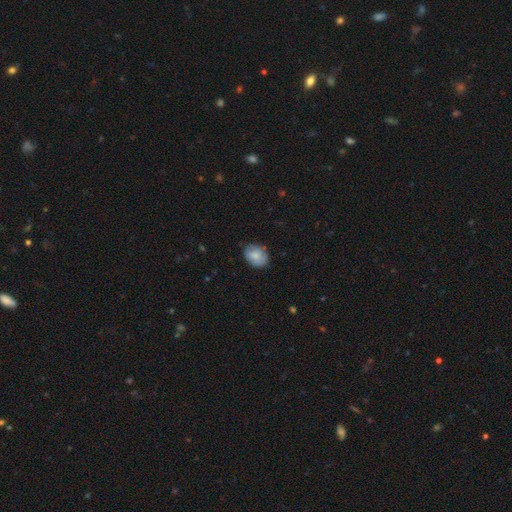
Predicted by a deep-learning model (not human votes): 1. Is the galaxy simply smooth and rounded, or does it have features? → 79% smooth, 14% featured or disk, 7% star or artifact.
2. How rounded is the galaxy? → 62% in between, 37% round, 1% cigar-shaped.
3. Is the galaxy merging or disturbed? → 72% none, 22% minor disturbance, 4% major disturbance, 1% merger.